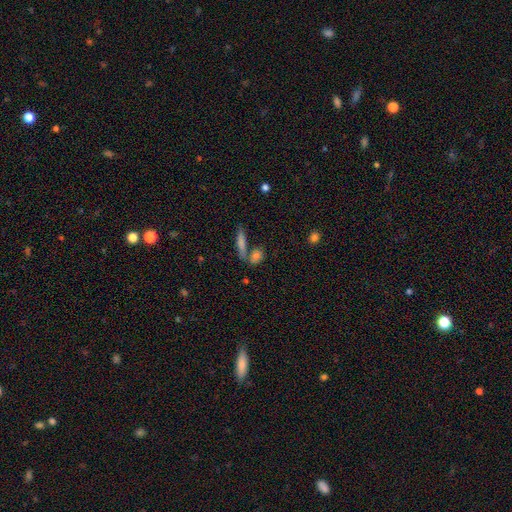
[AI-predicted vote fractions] Morphology: type=smooth (75%); roundness=in between (52%); merging=none (59%).